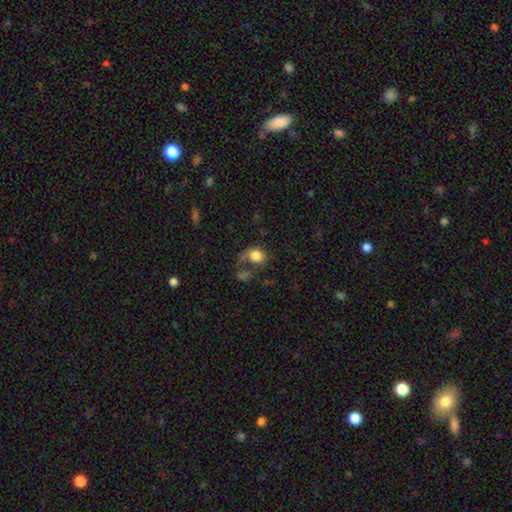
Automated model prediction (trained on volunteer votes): Morphology: type=smooth (74%); roundness=round (66%); merging=major disturbance (33%).